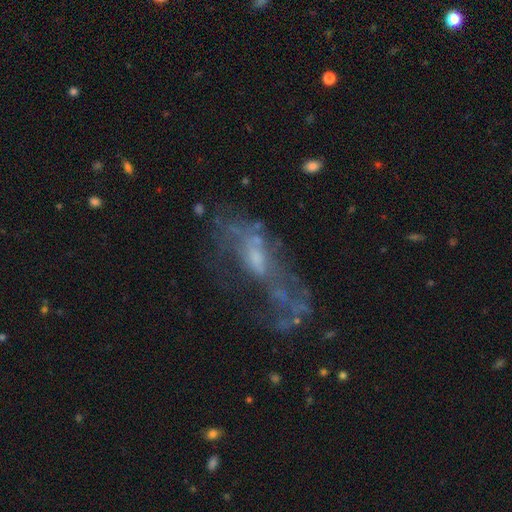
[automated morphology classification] The model was most divided on "merging": major disturbance: 39%, none: 36%, minor disturbance: 16%, merger: 9%. Remaining: edge-on disk — no (89%); smooth or featured — featured or disk (65%); spiral arms — no (62%); bar — no (62%); bulge size — small (44%).